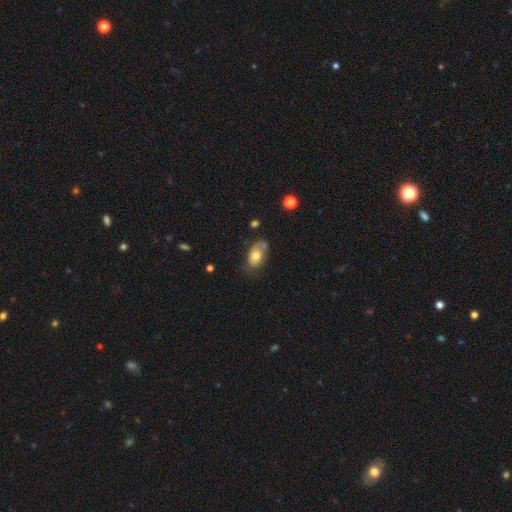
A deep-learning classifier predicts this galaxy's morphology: smooth-or-featured: smooth: 71% | featured or disk: 21% | star or artifact: 8%
  how-rounded: in between: 89% | round: 9% | cigar-shaped: 2%
  merging: none: 50% | minor disturbance: 28% | major disturbance: 11% | merger: 11%